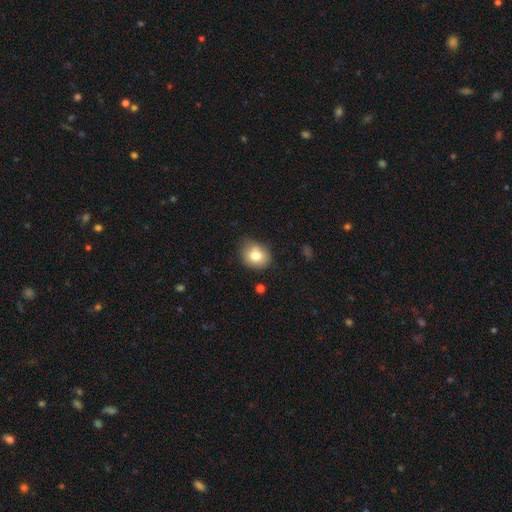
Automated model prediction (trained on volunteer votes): A smooth galaxy with no disk features (78%) that is round (58%). Merging: none (69%).